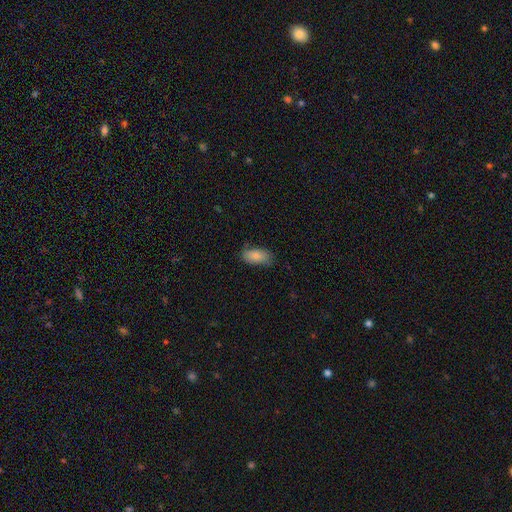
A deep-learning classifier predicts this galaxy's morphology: A smooth galaxy with no disk features (84%) that is in between round and cigar-shaped (91%).

Vote fractions:
- Smooth or featured? smooth: 84% / featured or disk: 9% / star or artifact: 7%
- How rounded? in between: 91% / cigar-shaped: 6% / round: 3%
- Merging? none: 72% / minor disturbance: 22% / major disturbance: 5% / merger: 1%